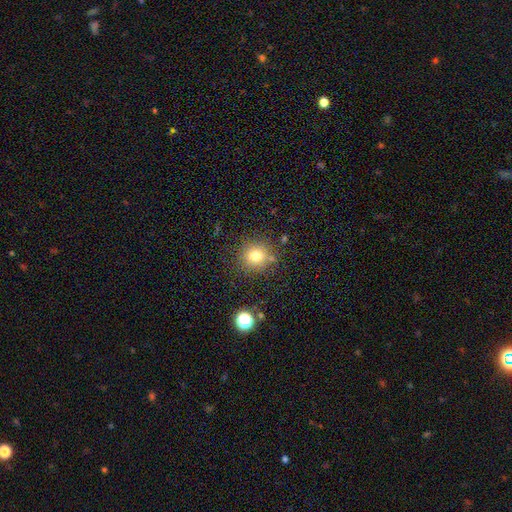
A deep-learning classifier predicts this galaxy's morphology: The model was most divided on "smooth or featured": smooth: 77%, star or artifact: 15%, featured or disk: 8%. More confident: how rounded — round (92%); merging — none (82%).